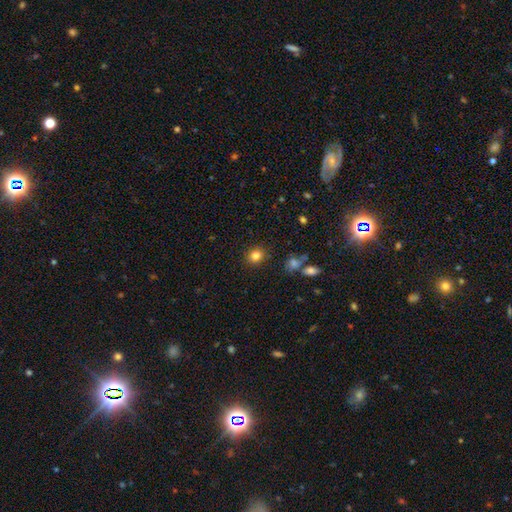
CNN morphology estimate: A smooth galaxy with no disk features (82%) that is round (76%).

Vote fractions:
- Smooth or featured? smooth: 82% / star or artifact: 12% / featured or disk: 6%
- How rounded? round: 76% / in between: 23% / cigar-shaped: 1%
- Merging? none: 87% / minor disturbance: 7% / merger: 3% / major disturbance: 3%